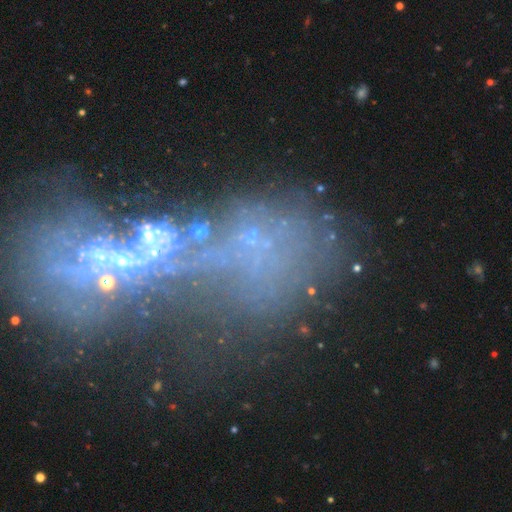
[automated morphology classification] smooth-or-featured: star or artifact: 46% | featured or disk: 33% | smooth: 21%